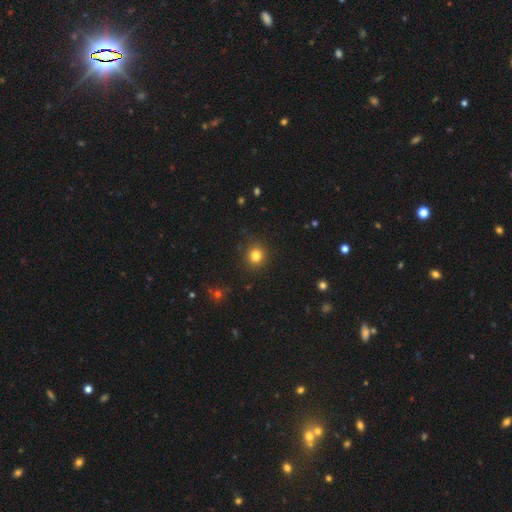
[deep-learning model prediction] smooth_or_featured: smooth (p=0.81) [alt: star or artifact p=0.13]
how_rounded: round (p=0.88) [alt: in between p=0.11]
merging: none (p=0.88) [alt: minor disturbance p=0.08]